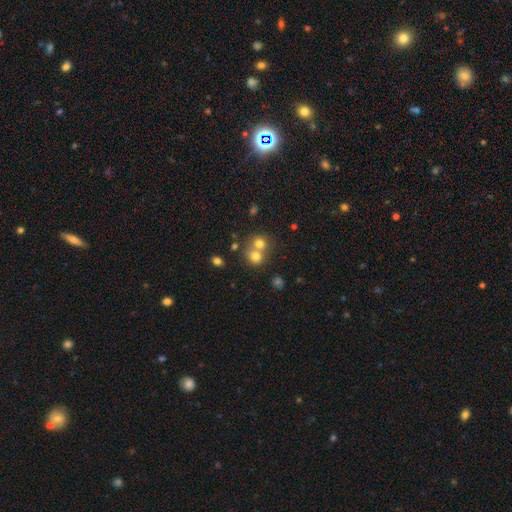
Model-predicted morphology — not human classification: A smooth galaxy with no disk features (72%) that is round (76%). Merging: merger (57%).